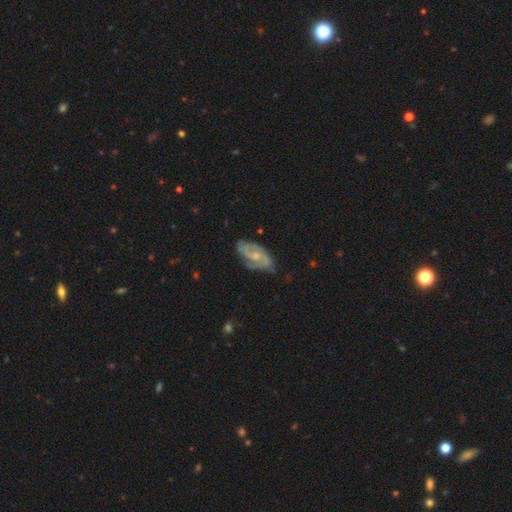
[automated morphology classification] This appears to be a featured or disk galaxy (76%) with no bar (56%), 2 (65%) medium (47%) spiral arms (93%) and a small central bulge (53%). Merging: none (71%).